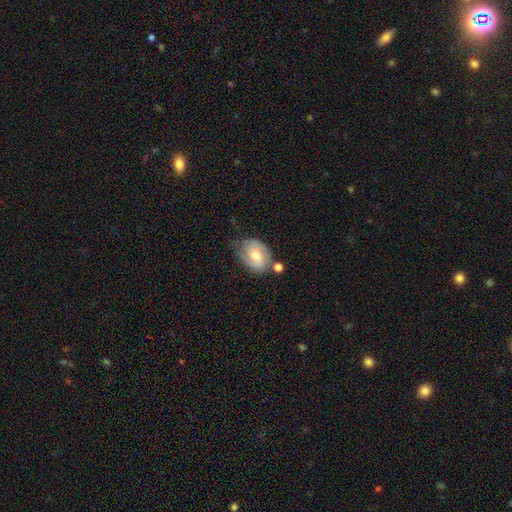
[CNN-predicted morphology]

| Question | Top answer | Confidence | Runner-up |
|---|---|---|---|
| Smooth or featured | featured or disk | 47% | smooth (46%) |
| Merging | none | 53% | minor disturbance (27%) |